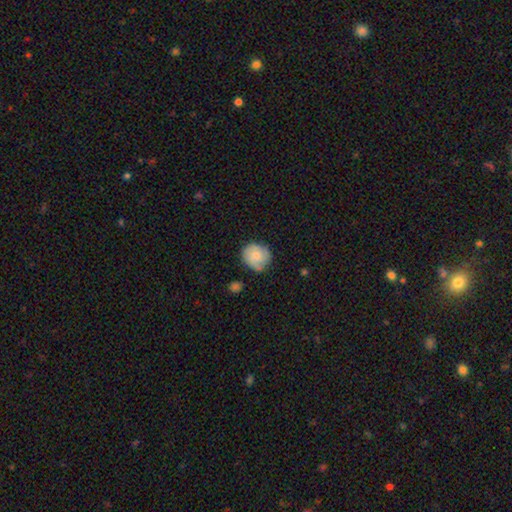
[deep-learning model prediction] Overall: smooth (70%). How rounded: round (81%). Merging: none (65%; minor disturbance 26%).